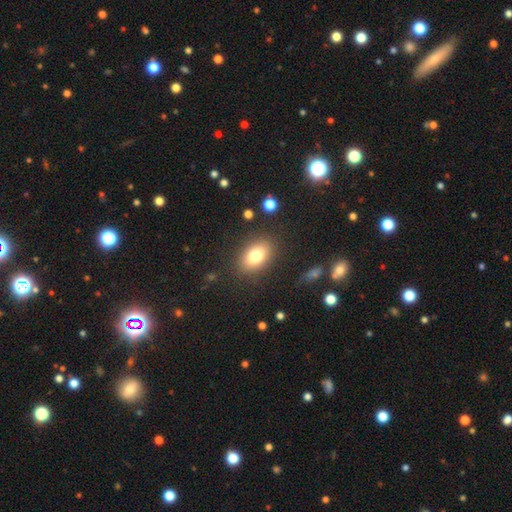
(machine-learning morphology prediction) This is likely a smooth galaxy (78%). How rounded: clearly in between (82%). Merging: clearly none (85%).